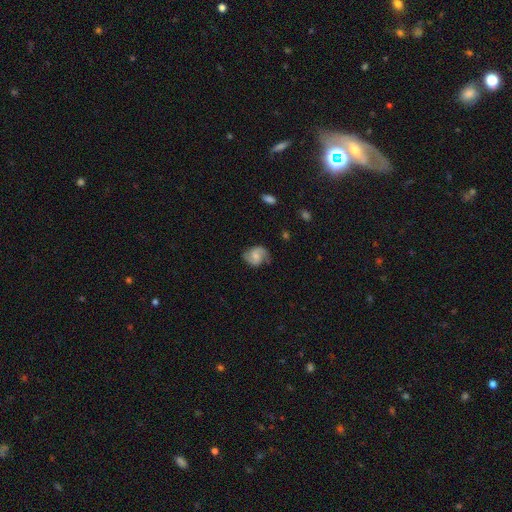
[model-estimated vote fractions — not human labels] Smooth or featured? featured or disk (70%)
Edge-on disk? no (98%)
Bar? no (46%)
Spiral arms? yes (94%)
Spiral winding? medium (48%)
Spiral arm count? 2 (89%)
Bulge size? small (41%)
Merging? none (73%)